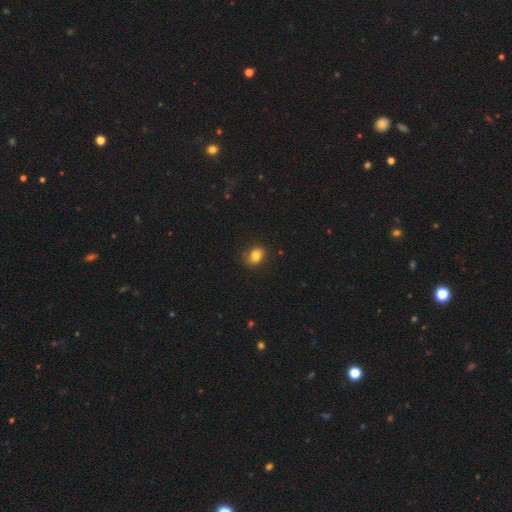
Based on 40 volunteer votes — This is likely a smooth galaxy (78%). How rounded: likely in between (61%). Merging: clearly none (81%).